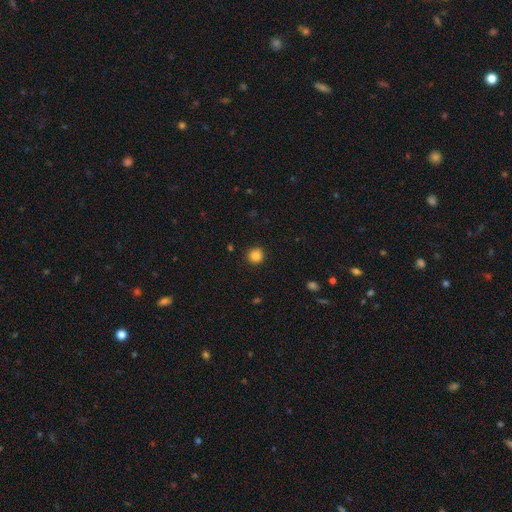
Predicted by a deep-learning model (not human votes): Smooth or featured? smooth (85%)
How rounded? round (93%)
Merging? none (91%)